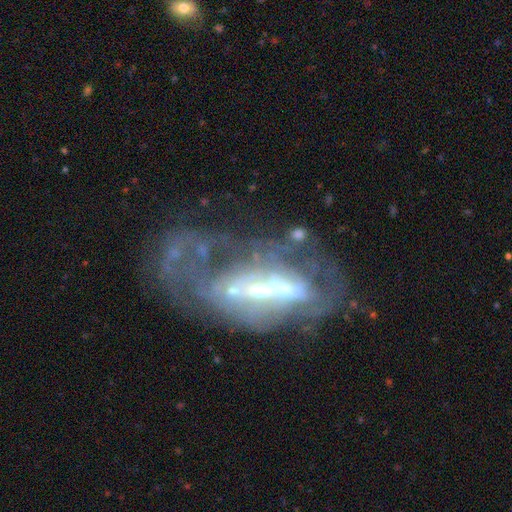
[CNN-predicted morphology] smooth_or_featured: featured or disk (p=0.74) [alt: smooth p=0.15]
disk_edge_on: no (p=0.87) [alt: yes p=0.13]
bar: no (p=0.40) [alt: strong p=0.32]
has_spiral_arms: no (p=0.56) [alt: yes p=0.44]
bulge_size: small (p=0.48) [alt: moderate p=0.36]
merging: major disturbance (p=0.38) [alt: none p=0.25]